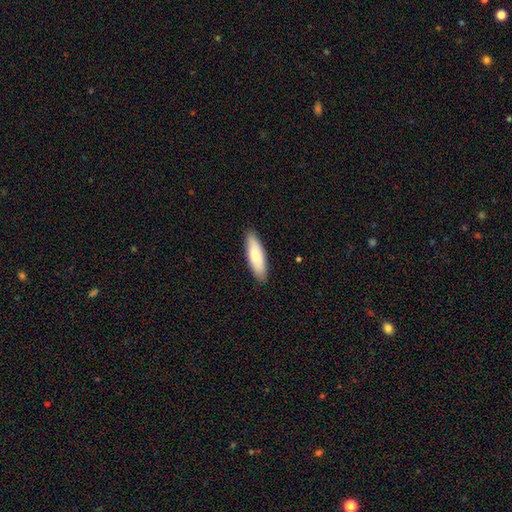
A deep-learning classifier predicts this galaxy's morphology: A smooth galaxy with no disk features (78%) that is cigar-shaped (53%).

Vote fractions:
- Smooth or featured? smooth: 78% / featured or disk: 17% / star or artifact: 5%
- How rounded? cigar-shaped: 53% / in between: 46% / round: 2%
- Merging? none: 89% / minor disturbance: 8% / major disturbance: 2% / merger: 1%